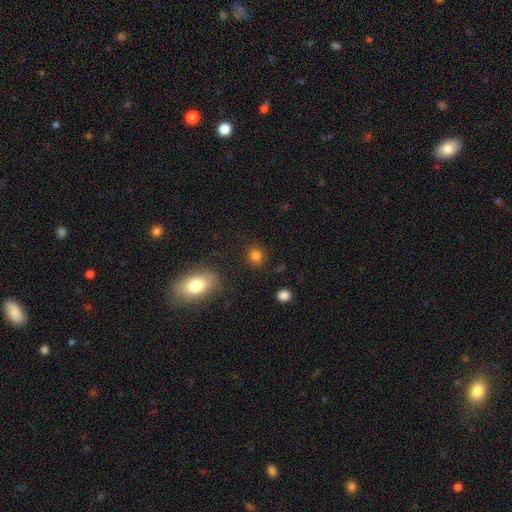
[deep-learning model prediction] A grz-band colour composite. It shows a smooth galaxy with no disk features (83%) that is round (86%). Merging: none (89%).